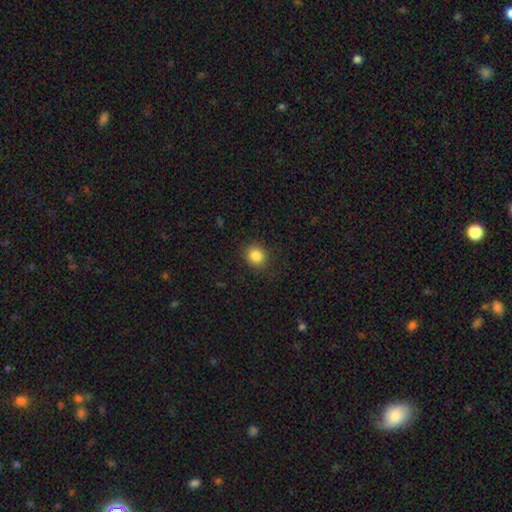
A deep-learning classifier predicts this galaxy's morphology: This appears to be a smooth galaxy with no disk features (85%) that is round (72%). Merging: none (87%).